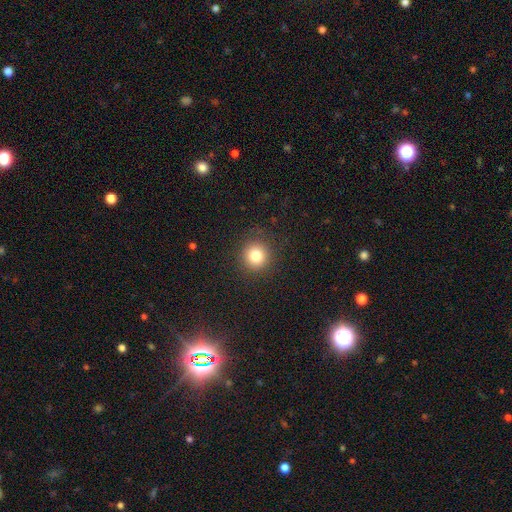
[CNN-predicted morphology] Q: Smooth or featured?
A: smooth (81%); runner-up: star or artifact (12%)
Q: How rounded?
A: round (92%); runner-up: in between (7%)
Q: Merging?
A: none (89%); runner-up: minor disturbance (7%)